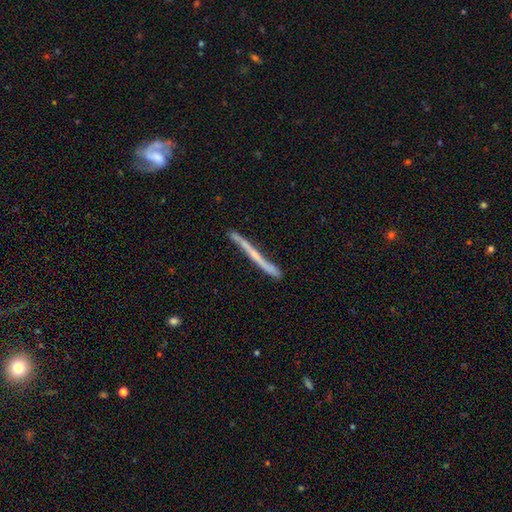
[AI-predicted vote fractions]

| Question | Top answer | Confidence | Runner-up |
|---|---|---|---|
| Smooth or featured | featured or disk | 64% | smooth (29%) |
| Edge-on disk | yes | 94% | no (6%) |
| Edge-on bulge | none | 72% | rounded (22%) |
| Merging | none | 79% | minor disturbance (15%) |